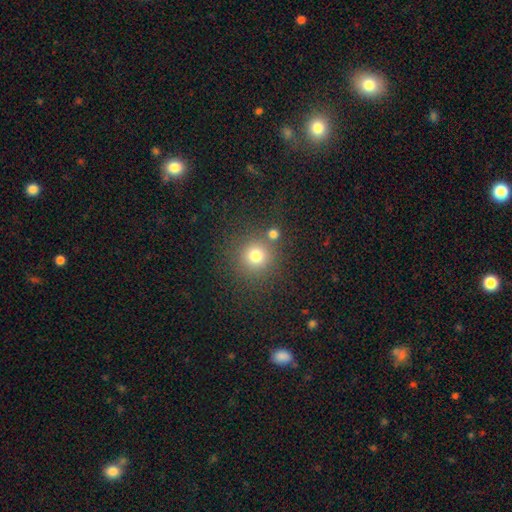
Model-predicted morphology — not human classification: smooth 75%, star or artifact 17%, featured or disk 8%. Down the decision tree: how rounded — round (93%); merging — none (77%).